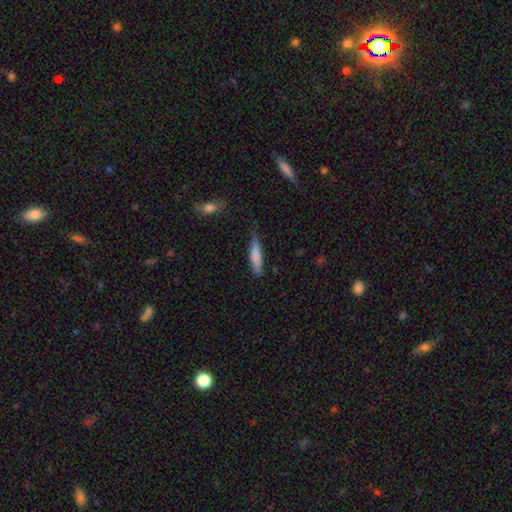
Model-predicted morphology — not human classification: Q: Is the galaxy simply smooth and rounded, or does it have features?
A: smooth — 77%.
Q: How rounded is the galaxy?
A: cigar-shaped — 79%.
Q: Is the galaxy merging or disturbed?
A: none — 61%.